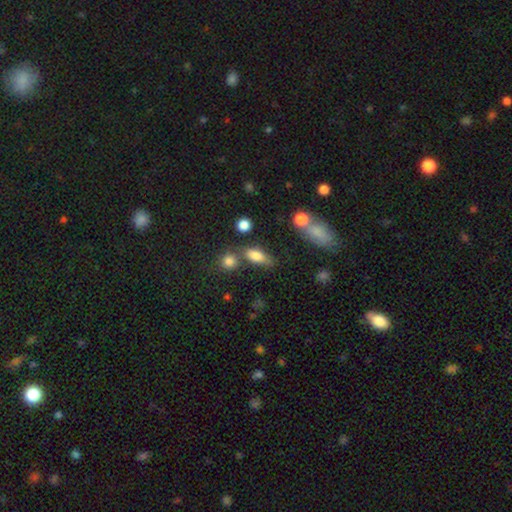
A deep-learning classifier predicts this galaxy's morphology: This is likely a smooth galaxy (78%). How rounded: likely in between (73%). Merging: possibly none (56%).